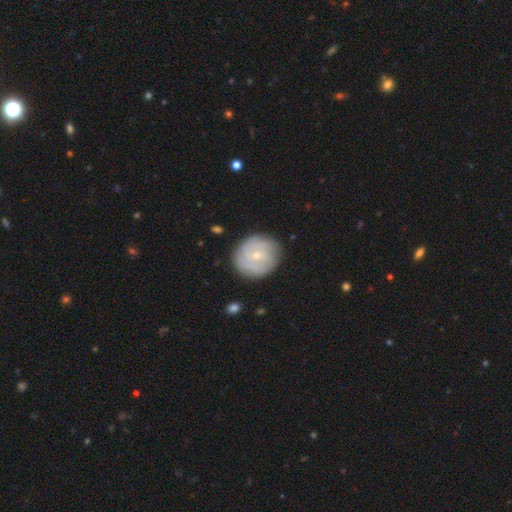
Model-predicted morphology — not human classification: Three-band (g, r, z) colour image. It shows a featured or disk galaxy (60%) with no bar (65%), spiral arms (79%) and a small central bulge (70%). Merging: none (83%).